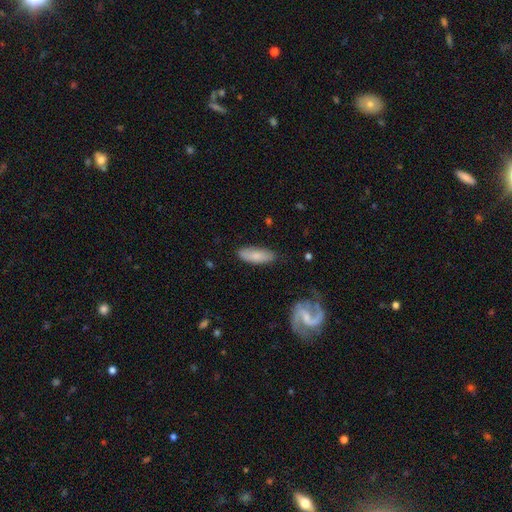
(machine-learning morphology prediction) The model was most divided on "how rounded": in between: 73%, cigar-shaped: 25%, round: 2%. More confident: merging — none (81%); smooth or featured — smooth (77%).